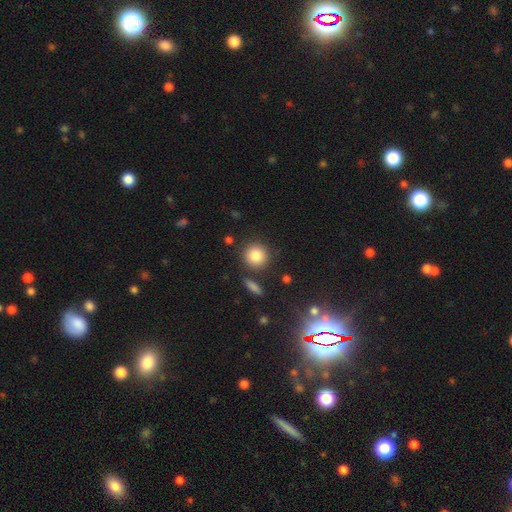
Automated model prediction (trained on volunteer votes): The model was most divided on "merging": none: 83%, minor disturbance: 8%, merger: 6%, major disturbance: 3%. More confident: how rounded — round (90%); smooth or featured — smooth (84%).